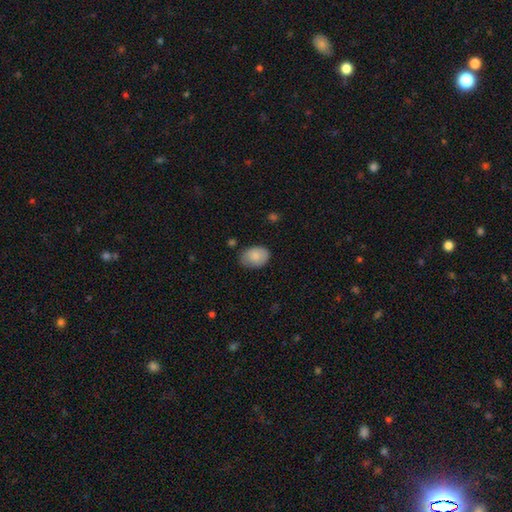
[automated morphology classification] A smooth galaxy with no disk features (83%) that is in between round and cigar-shaped (79%).

Vote fractions:
- Smooth or featured? smooth: 83% / featured or disk: 10% / star or artifact: 7%
- How rounded? in between: 79% / round: 20% / cigar-shaped: 1%
- Merging? none: 70% / minor disturbance: 24% / major disturbance: 4% / merger: 2%